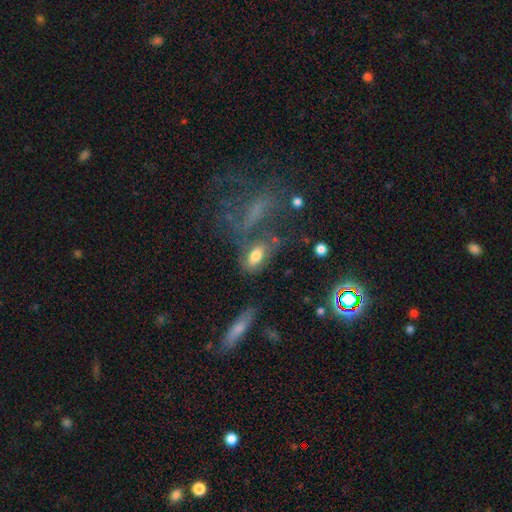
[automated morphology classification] The model was most divided on "merging": none: 49%, minor disturbance: 20%, merger: 16%, major disturbance: 15%. More confident: how rounded — in between (86%); smooth or featured — smooth (71%).